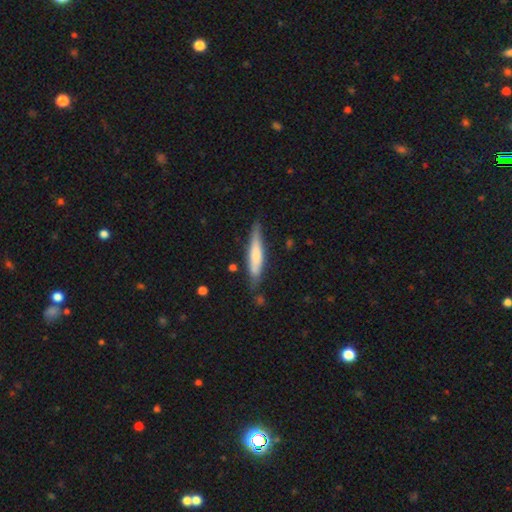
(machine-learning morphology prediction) smooth-or-featured: smooth: 61% | featured or disk: 33% | star or artifact: 6%
  how-rounded: cigar-shaped: 86% | in between: 12% | round: 1%
  merging: none: 75% | minor disturbance: 19% | major disturbance: 4% | merger: 3%